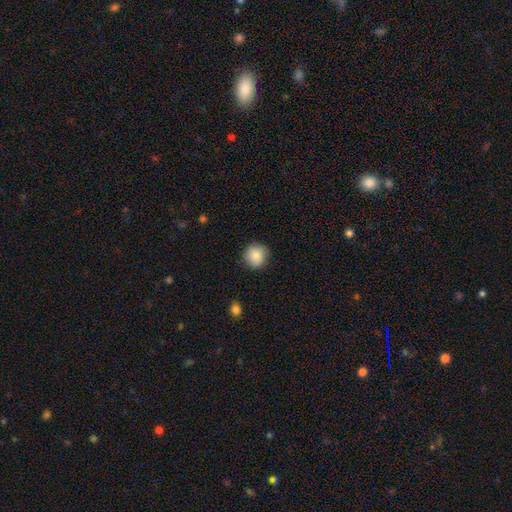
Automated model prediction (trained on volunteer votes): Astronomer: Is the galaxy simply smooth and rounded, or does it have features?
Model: smooth — 86%.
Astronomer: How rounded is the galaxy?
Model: round — 91%.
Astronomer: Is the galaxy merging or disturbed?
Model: none — 86%.